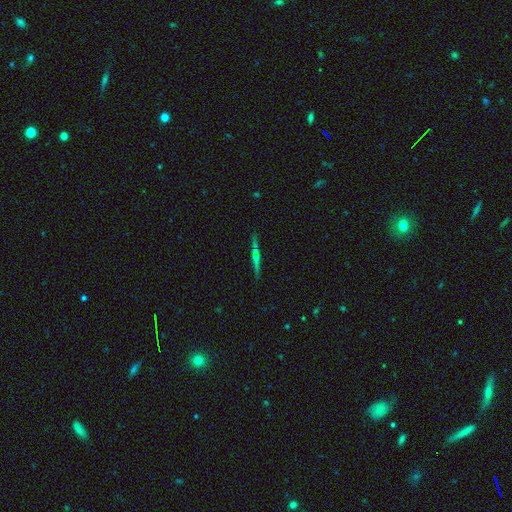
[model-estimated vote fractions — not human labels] featured or disk 60%, smooth 32%, star or artifact 9%. Down the decision tree: edge-on disk — yes (97%); edge-on bulge — rounded (53%); merging — none (89%).